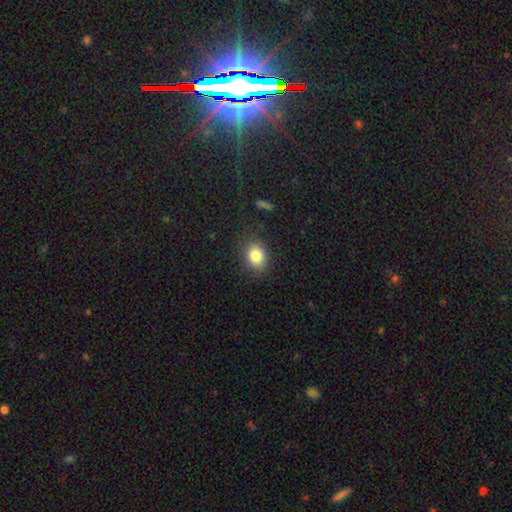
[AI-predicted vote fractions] Smooth or featured: smooth — 83% (star or artifact — 10%)
How rounded: in between — 52% (round — 47%)
Merging: none — 85% (minor disturbance — 11%)